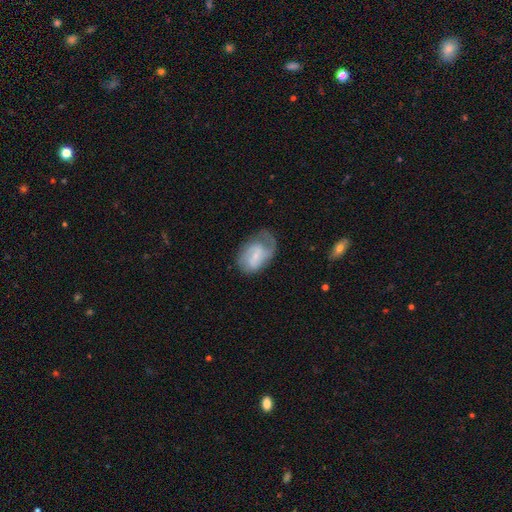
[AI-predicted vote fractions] This is likely a featured or disk galaxy (61%). It is clearly not viewed edge-on (97%). Bar: possibly weak (47%). Spiral arm pattern: clearly yes (82%). Central bulge: likely small (65%). Merging: marginally none (43%).